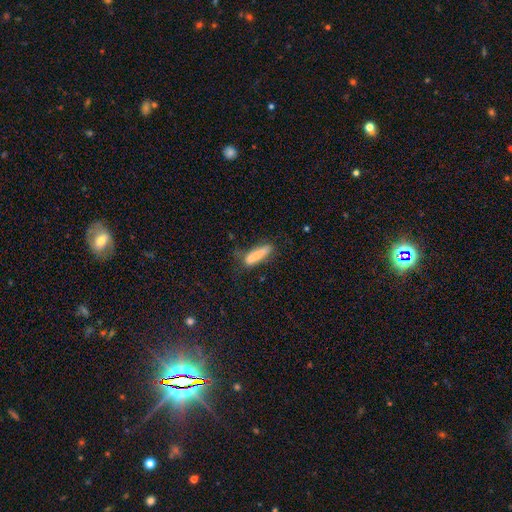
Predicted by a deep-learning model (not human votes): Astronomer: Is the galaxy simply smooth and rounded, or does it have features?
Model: smooth — 73%.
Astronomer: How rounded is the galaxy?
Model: cigar-shaped — 77%.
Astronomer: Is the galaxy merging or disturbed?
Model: none — 61%.